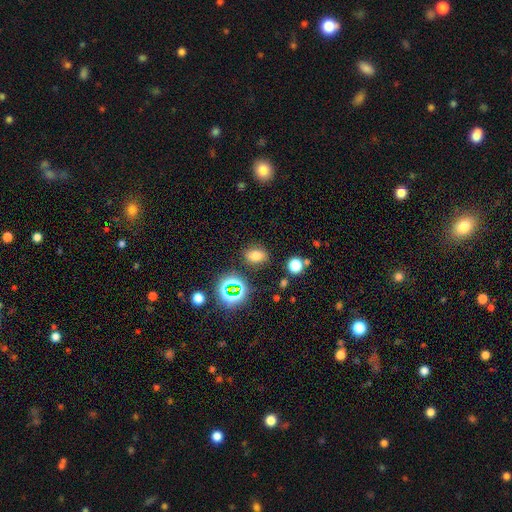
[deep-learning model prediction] smooth-or-featured: smooth: 71% | star or artifact: 20% | featured or disk: 9%
  how-rounded: in between: 70% | round: 29% | cigar-shaped: 2%
  merging: none: 83% | minor disturbance: 11% | major disturbance: 4% | merger: 3%